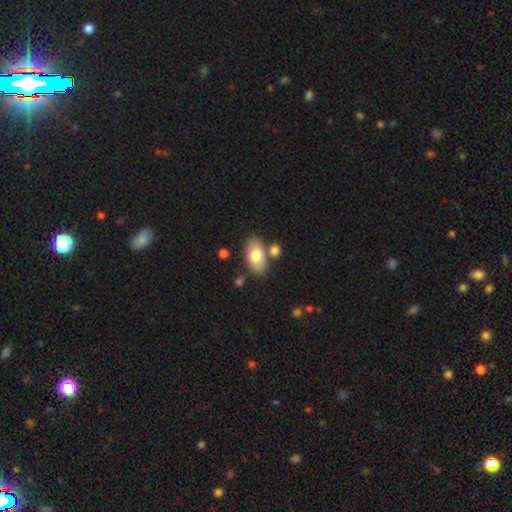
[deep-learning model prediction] Smooth or featured: smooth — 74% (featured or disk — 20%)
How rounded: in between — 92% (round — 6%)
Merging: none — 72% (merger — 13%)